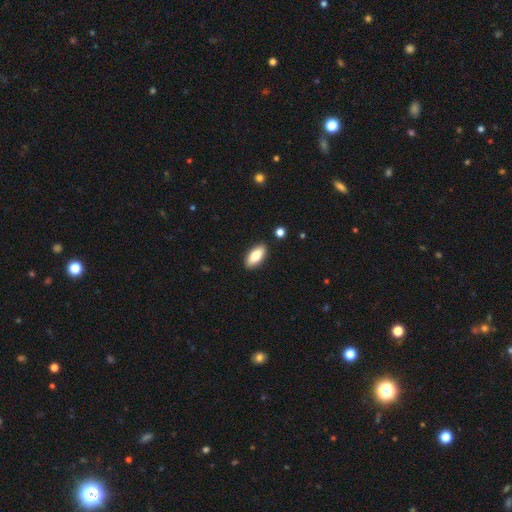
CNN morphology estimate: The model was most divided on "smooth or featured": smooth: 77%, featured or disk: 17%, star or artifact: 6%. More confident: merging — none (88%); how rounded — in between (87%).